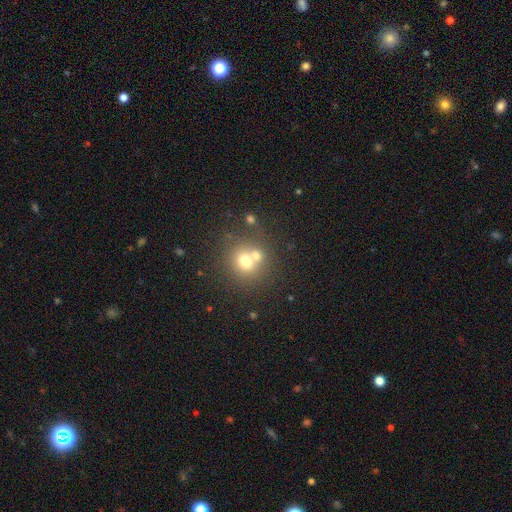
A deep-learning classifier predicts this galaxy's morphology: Smooth or featured? smooth (68%)
How rounded? round (81%)
Merging? none (46%)